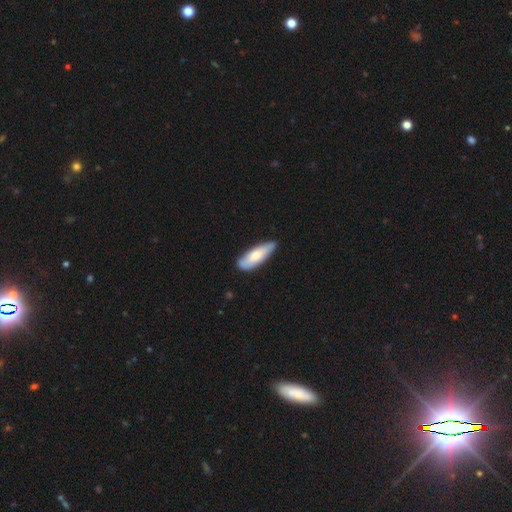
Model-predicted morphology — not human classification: Smooth or featured?
  - smooth: 68% *
  - featured or disk: 26%
  - star or artifact: 5%
How rounded?
  - in between: 58% *
  - cigar-shaped: 40%
  - round: 2%
Merging?
  - none: 75% *
  - minor disturbance: 20%
  - major disturbance: 3%
  - merger: 2%